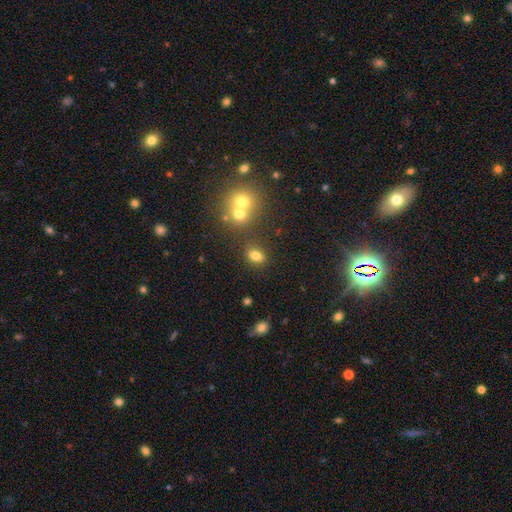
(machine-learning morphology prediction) Q: Smooth or featured?
A: smooth (77%); runner-up: star or artifact (14%)
Q: How rounded?
A: in between (69%); runner-up: round (29%)
Q: Merging?
A: none (74%); runner-up: merger (11%)